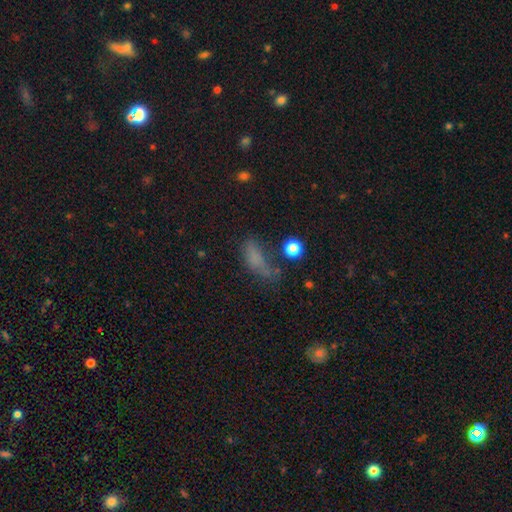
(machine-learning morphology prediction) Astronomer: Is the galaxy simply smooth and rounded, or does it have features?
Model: smooth — 55%.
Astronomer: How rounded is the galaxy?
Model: in between — 67%.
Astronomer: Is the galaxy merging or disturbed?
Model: none — 39% (runner-up: major disturbance, 27%).